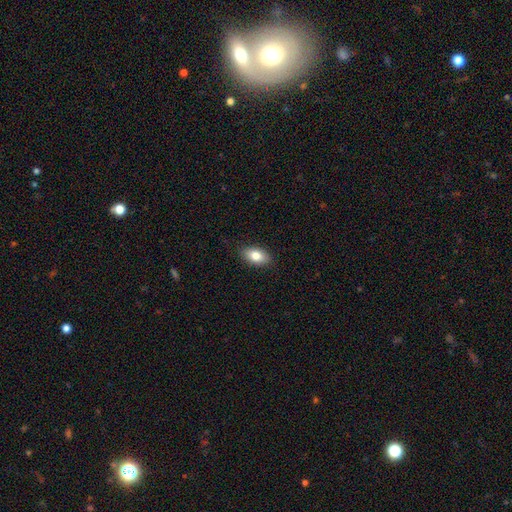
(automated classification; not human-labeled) smooth 81%, featured or disk 11%, star or artifact 7%. Down the decision tree: how rounded — in between (91%); merging — none (88%).